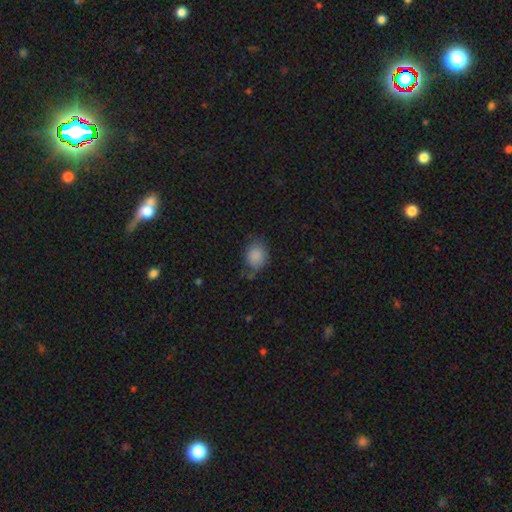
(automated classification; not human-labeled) The model was most divided on "how rounded": round: 54%, in between: 45%, cigar-shaped: 1%. More confident: smooth or featured — smooth (87%); merging — none (75%).